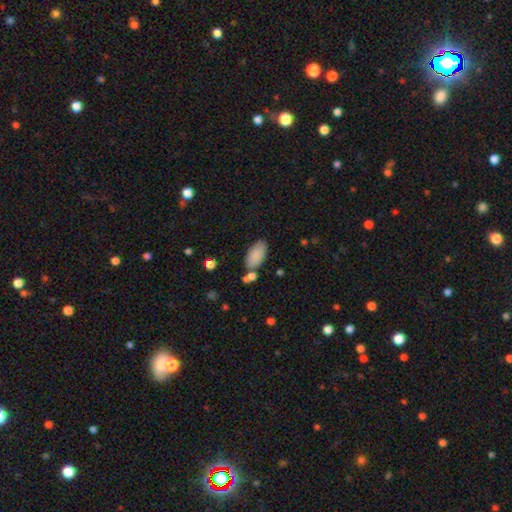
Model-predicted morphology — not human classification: A smooth galaxy with no disk features (87%) that is in between round and cigar-shaped (93%). Merging: none (72%).